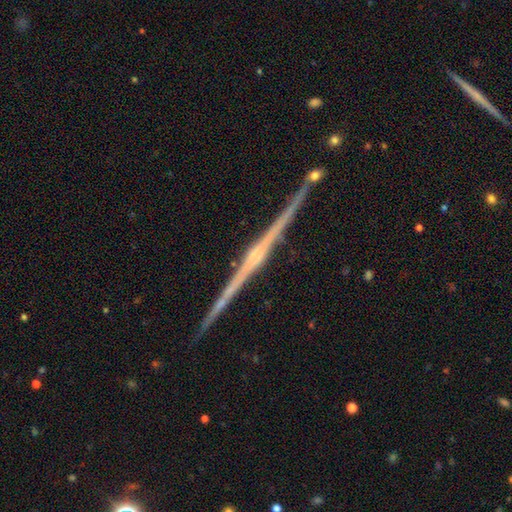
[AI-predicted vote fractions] Overall: featured or disk (89%). Edge-on disk: yes (99%). Edge-on bulge: rounded (62%; none 24%). Merging: none (91%).